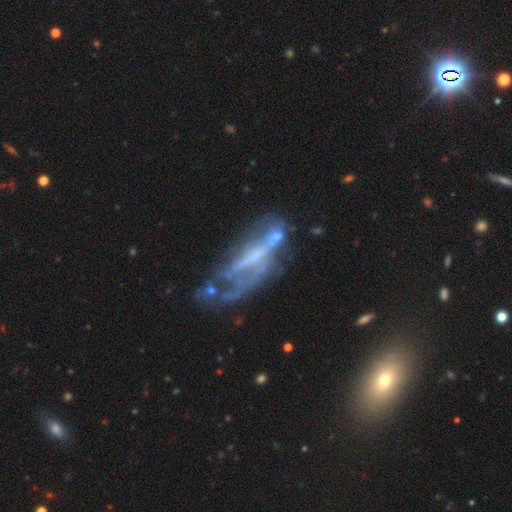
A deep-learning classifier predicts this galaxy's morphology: This is likely a featured or disk galaxy (72%). It is likely not viewed edge-on (74%). Bar: marginally no (42%). Spiral arm pattern: possibly no (53%). Central bulge: possibly none (45%). Merging: marginally major disturbance (34%).